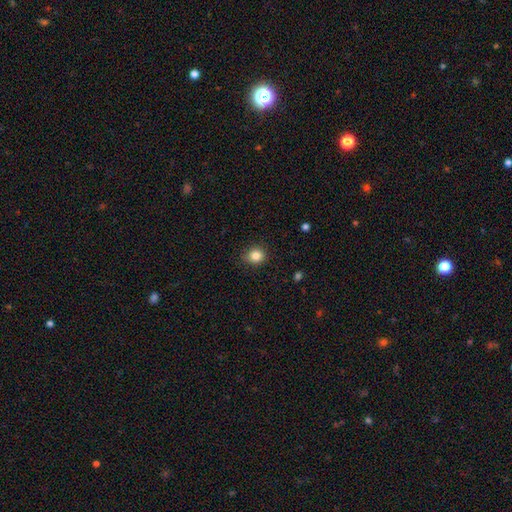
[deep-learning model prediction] smooth_or_featured: smooth (p=0.84) [alt: star or artifact p=0.11]
how_rounded: round (p=0.79) [alt: in between p=0.20]
merging: none (p=0.82) [alt: minor disturbance p=0.14]